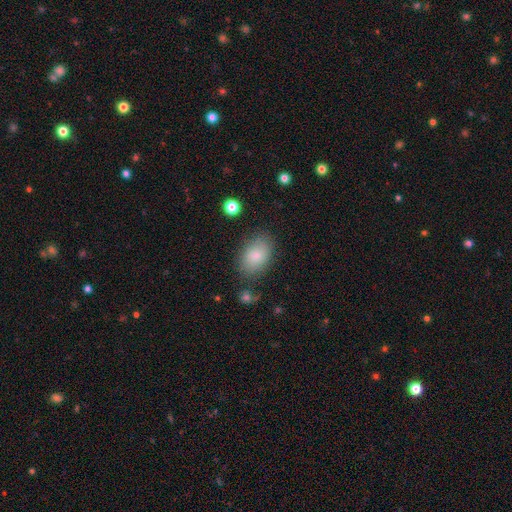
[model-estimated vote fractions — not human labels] Overall: smooth (83%). How rounded: in between (87%). Merging: none (78%).